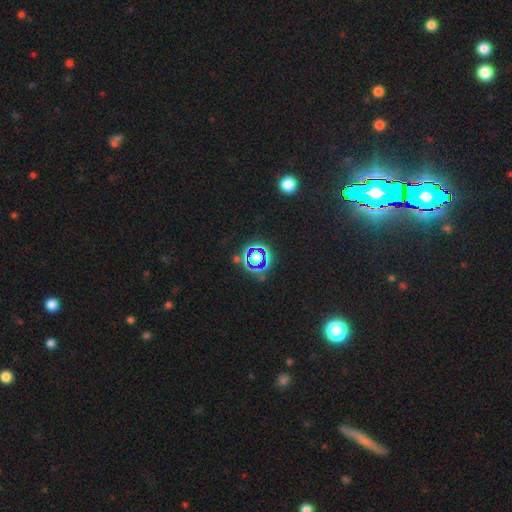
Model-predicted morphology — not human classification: Smooth or featured?
  - star or artifact: 63% *
  - smooth: 23%
  - featured or disk: 13%